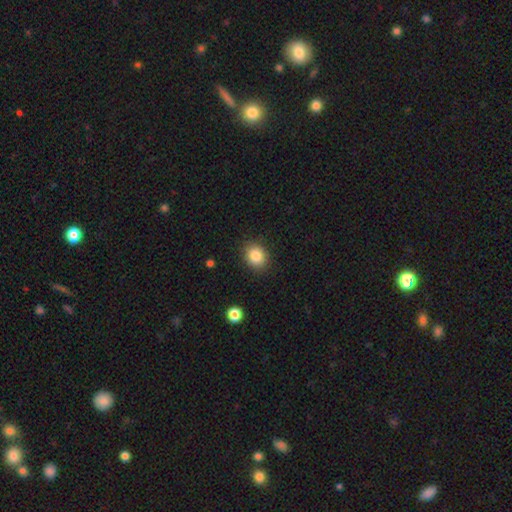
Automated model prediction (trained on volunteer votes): Morphology: type=smooth (85%); roundness=round (60%); merging=none (88%).